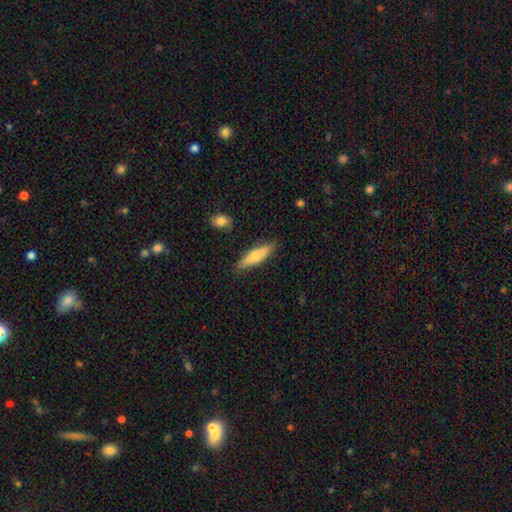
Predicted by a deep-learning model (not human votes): Morphology: type=smooth (69%); roundness=cigar-shaped (66%); merging=none (83%).